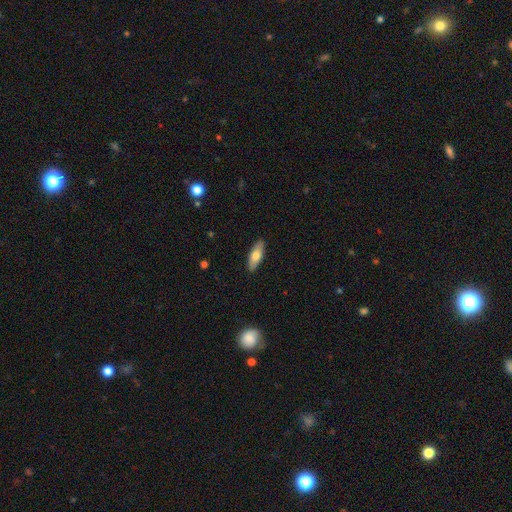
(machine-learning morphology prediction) smooth 68%, featured or disk 26%, star or artifact 6%. Down the decision tree: how rounded — in between (66%); merging — none (89%).